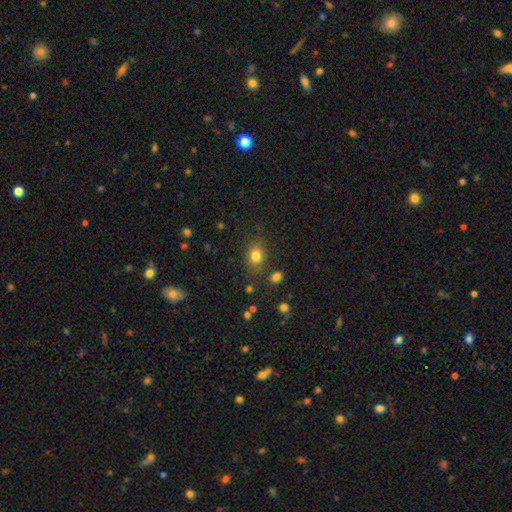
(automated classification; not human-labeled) Smooth or featured? smooth (81%)
How rounded? in between (56%)
Merging? none (79%)